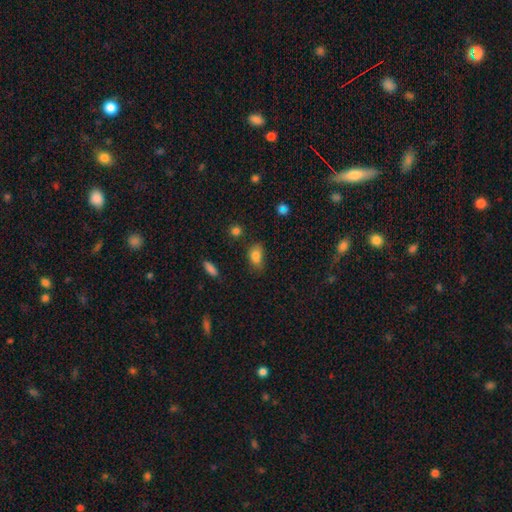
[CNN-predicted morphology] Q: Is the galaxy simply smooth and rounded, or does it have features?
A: smooth — 82%.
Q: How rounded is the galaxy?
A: in between — 84%.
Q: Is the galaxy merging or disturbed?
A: none — 62%.